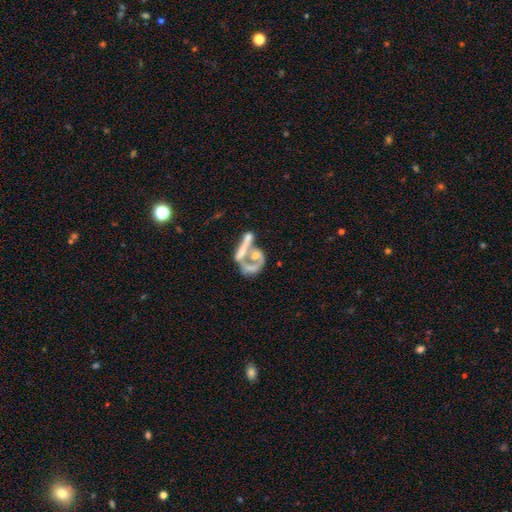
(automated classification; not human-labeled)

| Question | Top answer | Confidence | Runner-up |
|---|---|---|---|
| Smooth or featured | featured or disk | 57% | smooth (31%) |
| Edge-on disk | no | 93% | yes (7%) |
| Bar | no | 85% | weak (9%) |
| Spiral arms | no | 83% | yes (17%) |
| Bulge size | none | 52% | moderate (23%) |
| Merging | merger | 53% | major disturbance (23%) |